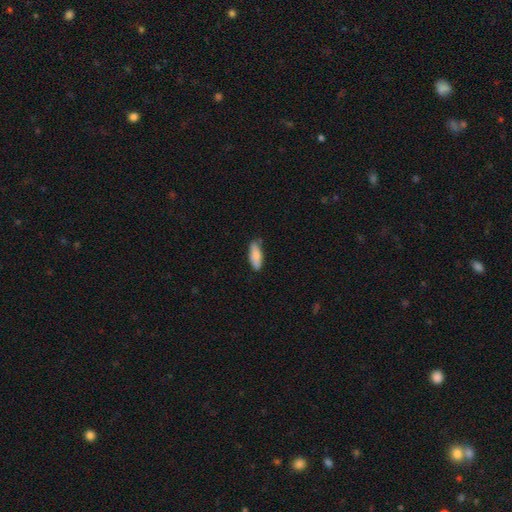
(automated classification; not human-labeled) The model was most divided on "how rounded": in between: 65%, cigar-shaped: 33%, round: 2%. More confident: smooth or featured — smooth (82%); merging — none (75%).